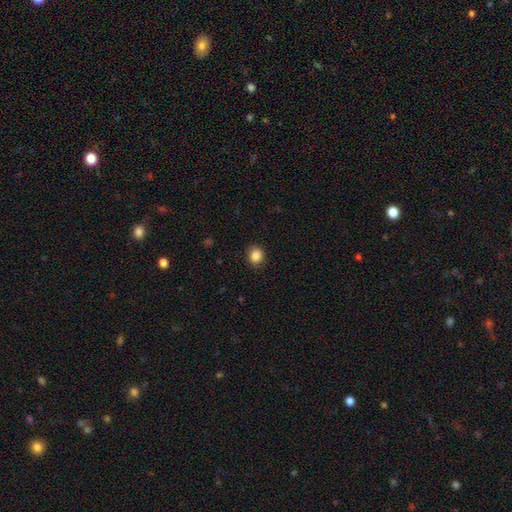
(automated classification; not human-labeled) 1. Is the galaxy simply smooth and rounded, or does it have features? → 86% smooth, 9% star or artifact, 4% featured or disk.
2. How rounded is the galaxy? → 71% round, 28% in between, 1% cigar-shaped.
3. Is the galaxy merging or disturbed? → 87% none, 9% minor disturbance, 2% major disturbance, 1% merger.